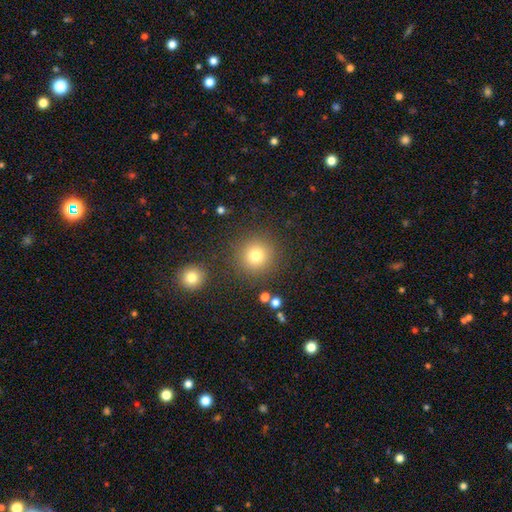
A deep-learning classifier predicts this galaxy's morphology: smooth_or_featured: smooth (p=0.78) [alt: star or artifact p=0.14]
how_rounded: round (p=0.94) [alt: in between p=0.05]
merging: none (p=0.86) [alt: minor disturbance p=0.07]